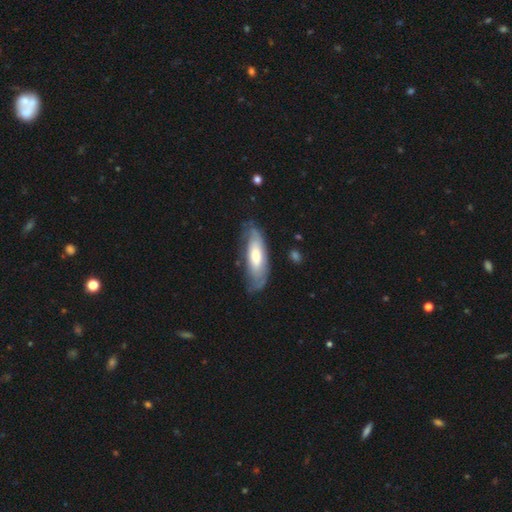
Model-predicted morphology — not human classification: Overall: smooth (50%; featured or disk 45%). Merging: none (65%).